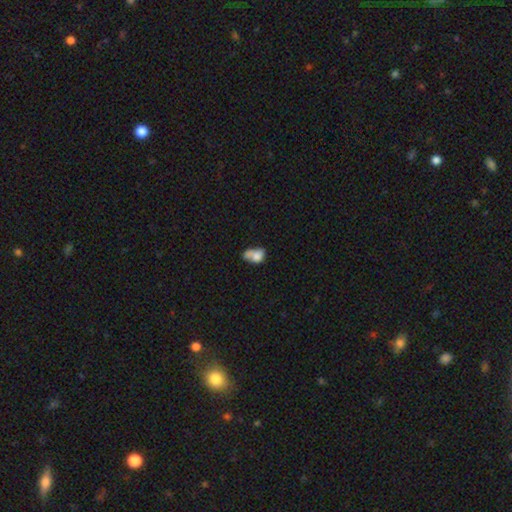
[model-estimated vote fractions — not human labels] Overall: smooth (72%). How rounded: in between (72%). Merging: merger (42%; none 22%).